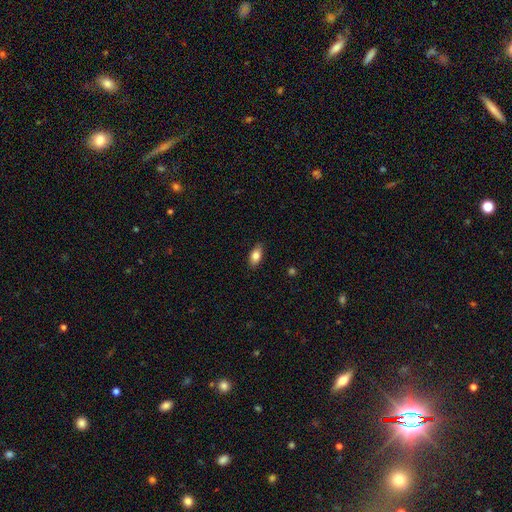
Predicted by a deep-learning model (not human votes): A smooth galaxy with no disk features (82%) that is in between round and cigar-shaped (88%). Merging: none (86%).